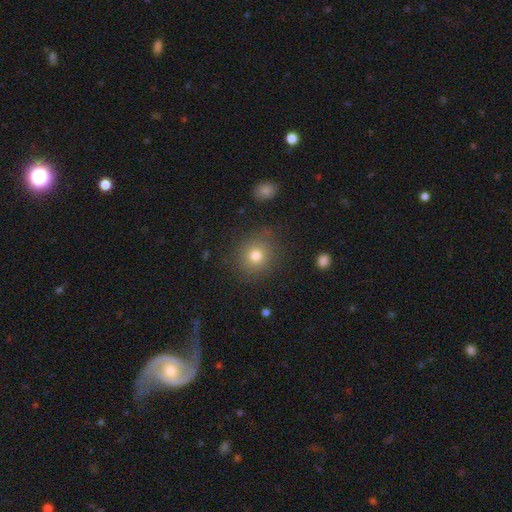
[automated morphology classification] smooth_or_featured: smooth (p=0.77) [alt: star or artifact p=0.13]
how_rounded: round (p=0.88) [alt: in between p=0.11]
merging: none (p=0.84) [alt: minor disturbance p=0.10]